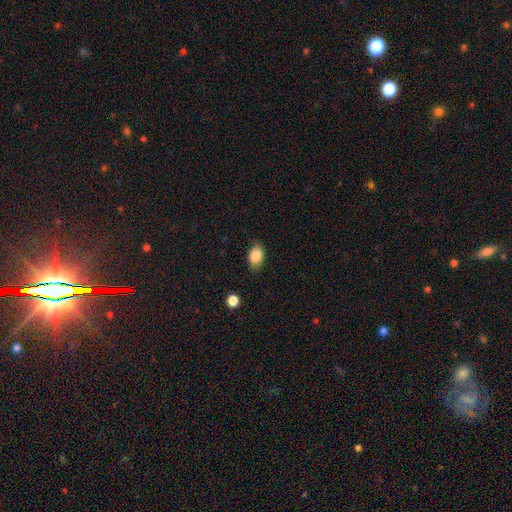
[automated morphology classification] A smooth galaxy with no disk features (85%) that is in between round and cigar-shaped (84%).

Vote fractions:
- Smooth or featured? smooth: 85% / star or artifact: 8% / featured or disk: 7%
- How rounded? in between: 84% / round: 14% / cigar-shaped: 1%
- Merging? none: 82% / minor disturbance: 14% / major disturbance: 3% / merger: 1%